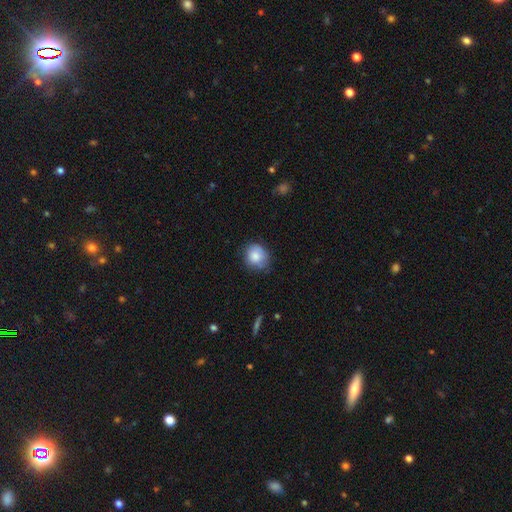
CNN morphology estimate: Smooth or featured: smooth — 82% (featured or disk — 10%)
How rounded: round — 74% (in between — 26%)
Merging: none — 68% (minor disturbance — 26%)